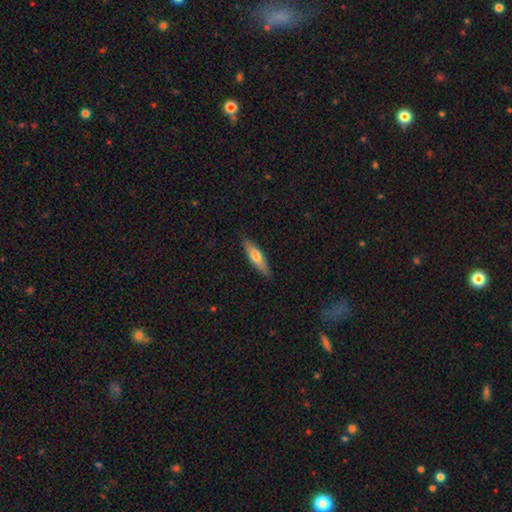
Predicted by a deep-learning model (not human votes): Smooth or featured?
  - smooth: 65% *
  - featured or disk: 30%
  - star or artifact: 6%
How rounded?
  - cigar-shaped: 67% *
  - in between: 31%
  - round: 2%
Merging?
  - none: 87% *
  - minor disturbance: 10%
  - major disturbance: 2%
  - merger: 1%